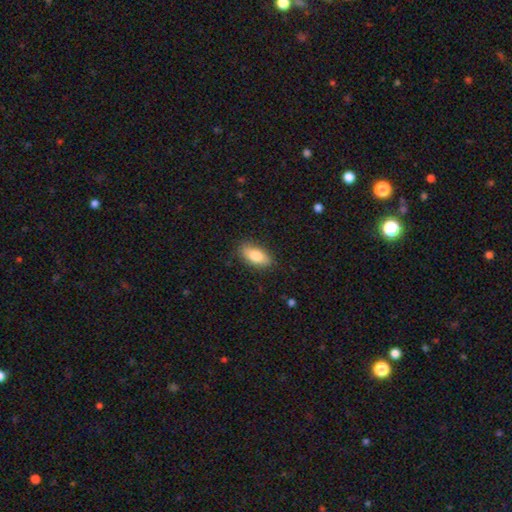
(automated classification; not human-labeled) A smooth galaxy with no disk features (80%) that is in between round and cigar-shaped (87%). Merging: none (83%).